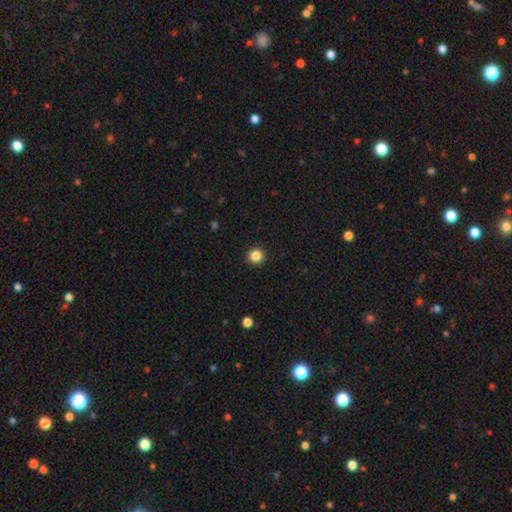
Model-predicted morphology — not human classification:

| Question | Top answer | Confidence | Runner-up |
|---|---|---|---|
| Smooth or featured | smooth | 86% | star or artifact (11%) |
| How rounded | round | 94% | in between (5%) |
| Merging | none | 93% | minor disturbance (5%) |